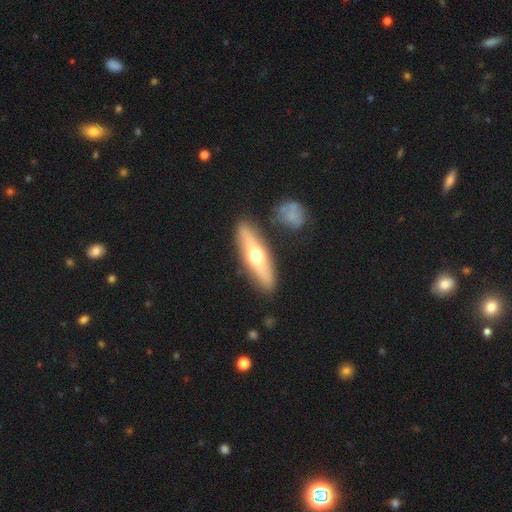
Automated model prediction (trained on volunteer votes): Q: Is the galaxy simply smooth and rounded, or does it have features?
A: featured or disk — 52%.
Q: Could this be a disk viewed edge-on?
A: yes — 81%.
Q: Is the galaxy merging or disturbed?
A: none — 86%.